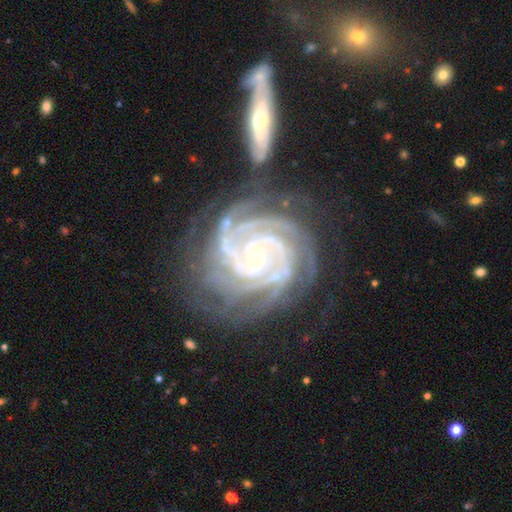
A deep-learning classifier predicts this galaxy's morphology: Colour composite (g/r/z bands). It shows a featured or disk galaxy (92%) with no bar (68%), 4 (32%) tight (80%) spiral arms (99%) and a small central bulge (81%). Merging: none (62%).